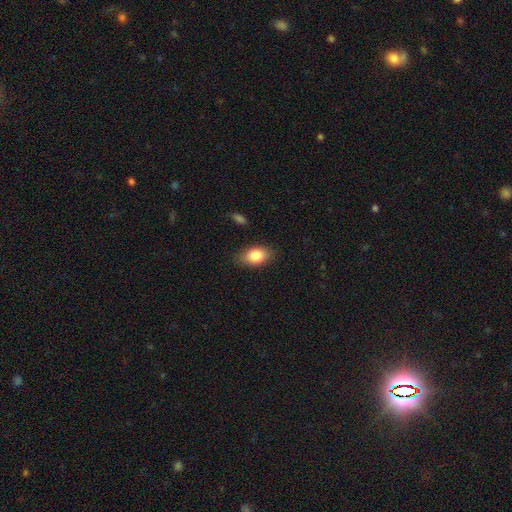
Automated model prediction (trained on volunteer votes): Smooth or featured?
  - smooth: 83% *
  - featured or disk: 10%
  - star or artifact: 8%
How rounded?
  - in between: 87% *
  - round: 11%
  - cigar-shaped: 2%
Merging?
  - none: 83% *
  - minor disturbance: 12%
  - major disturbance: 3%
  - merger: 1%